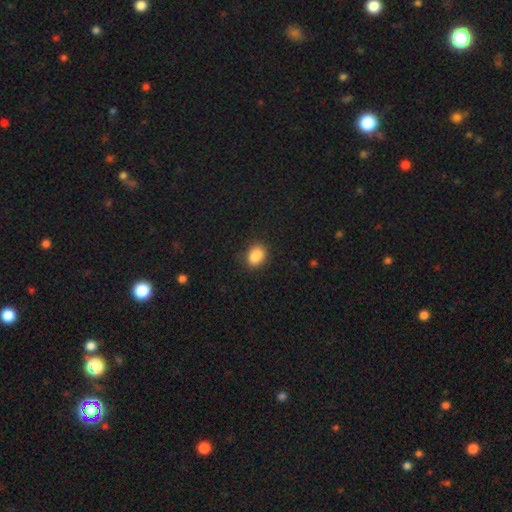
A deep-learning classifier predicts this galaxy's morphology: Overall: smooth (87%). How rounded: in between (71%). Merging: none (80%).